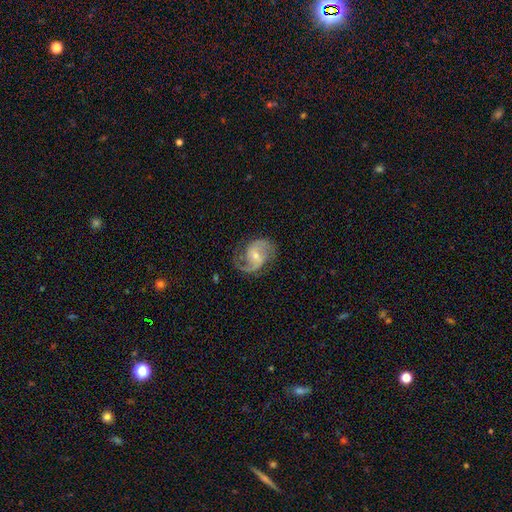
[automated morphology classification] This is clearly a featured or disk galaxy (86%). It is clearly not viewed edge-on (98%). Bar: possibly weak (47%). Spiral arm pattern: clearly yes (96%). Spiral arm count: clearly 2 (86%). Spiral winding: possibly medium (53%). Central bulge: possibly small (52%). Merging: likely none (71%).